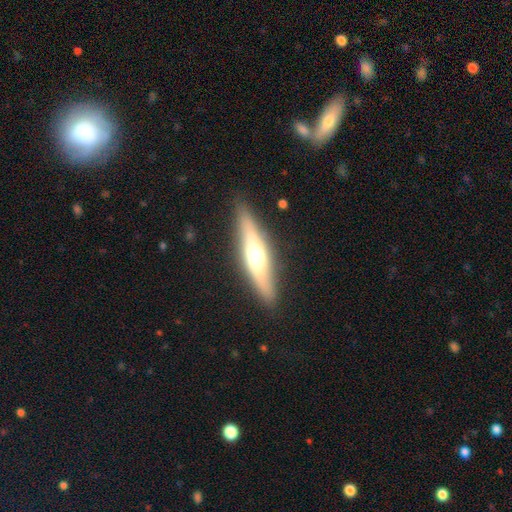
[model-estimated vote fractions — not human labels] Smooth or featured: featured or disk — 60% (smooth — 34%)
Edge-on disk: yes — 89% (no — 11%)
Edge-on bulge: rounded — 91% (boxy — 5%)
Merging: none — 88% (minor disturbance — 9%)